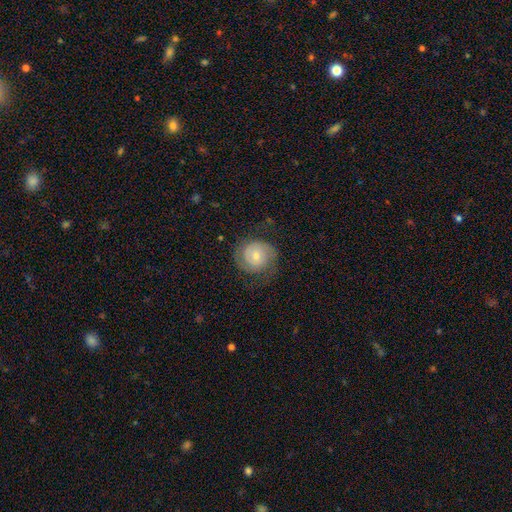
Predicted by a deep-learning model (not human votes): smooth_or_featured: featured or disk (p=0.59) [alt: smooth p=0.34]
disk_edge_on: no (p=0.98) [alt: yes p=0.02]
bar: no (p=0.68) [alt: weak p=0.27]
has_spiral_arms: yes (p=0.85) [alt: no p=0.15]
bulge_size: small (p=0.53) [alt: moderate p=0.41]
merging: none (p=0.66) [alt: minor disturbance p=0.19]